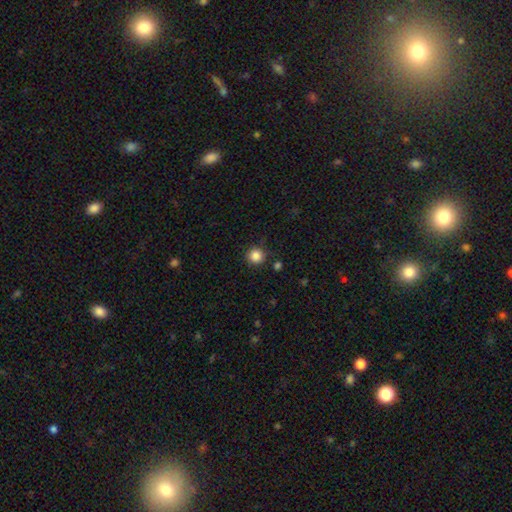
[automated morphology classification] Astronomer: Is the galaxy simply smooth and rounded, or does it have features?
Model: smooth — 86%.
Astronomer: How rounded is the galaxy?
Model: round — 94%.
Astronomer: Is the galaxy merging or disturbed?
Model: none — 87%.